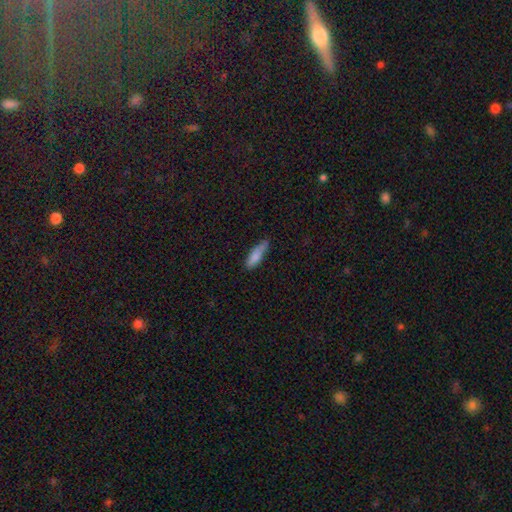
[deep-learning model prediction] The model was most divided on "how rounded": cigar-shaped: 56%, in between: 42%, round: 2%. More confident: smooth or featured — smooth (82%); merging — none (58%).